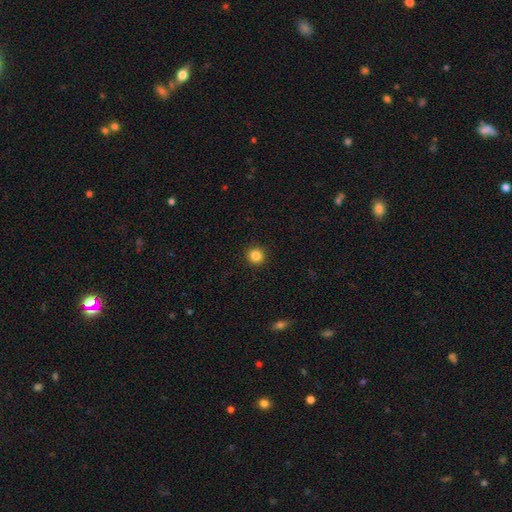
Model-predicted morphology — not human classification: Overall: smooth (84%). How rounded: round (94%). Merging: none (93%).